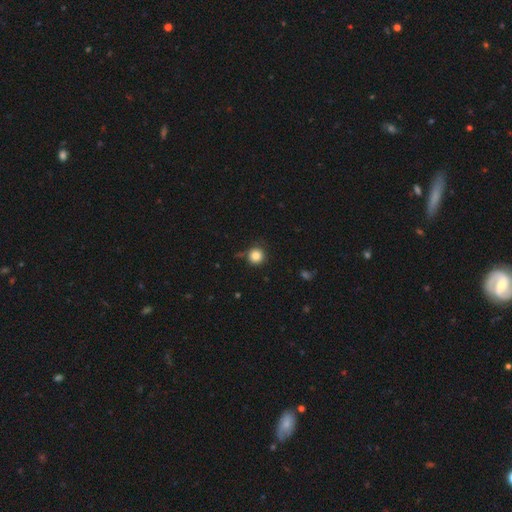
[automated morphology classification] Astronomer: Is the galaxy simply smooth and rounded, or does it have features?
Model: smooth — 83%.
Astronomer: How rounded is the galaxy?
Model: round — 95%.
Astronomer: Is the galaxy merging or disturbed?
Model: none — 83%.